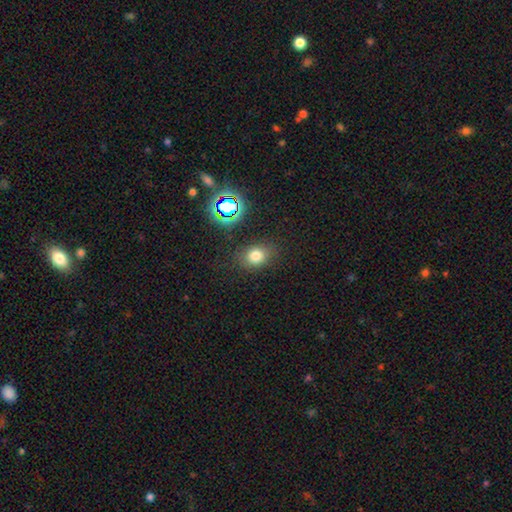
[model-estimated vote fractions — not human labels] A smooth galaxy with no disk features (73%) that is in between round and cigar-shaped (52%).

Vote fractions:
- Smooth or featured? smooth: 73% / star or artifact: 18% / featured or disk: 8%
- How rounded? in between: 52% / round: 46% / cigar-shaped: 1%
- Merging? none: 79% / minor disturbance: 13% / major disturbance: 5% / merger: 2%